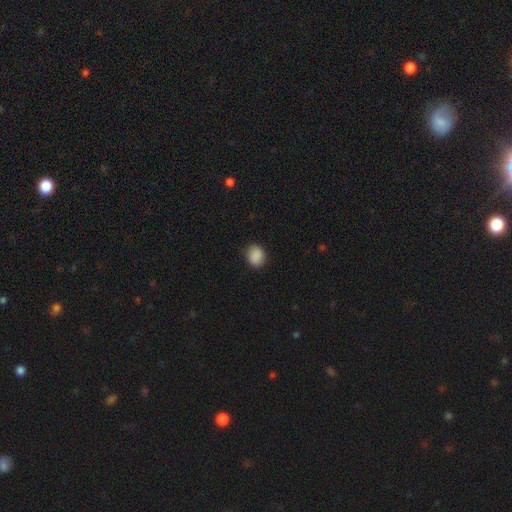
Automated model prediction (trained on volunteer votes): A smooth galaxy with no disk features (89%) that is round (59%).

Vote fractions:
- Smooth or featured? smooth: 89% / star or artifact: 8% / featured or disk: 3%
- How rounded? round: 59% / in between: 40% / cigar-shaped: 1%
- Merging? none: 85% / minor disturbance: 11% / major disturbance: 3% / merger: 1%